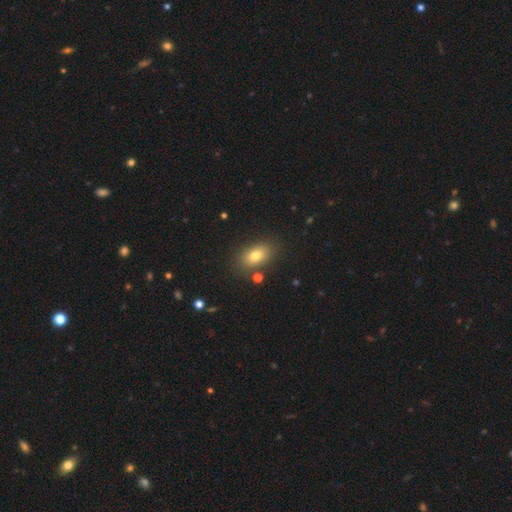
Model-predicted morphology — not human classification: smooth 76%, featured or disk 13%, star or artifact 11%. Down the decision tree: how rounded — in between (84%); merging — none (83%).